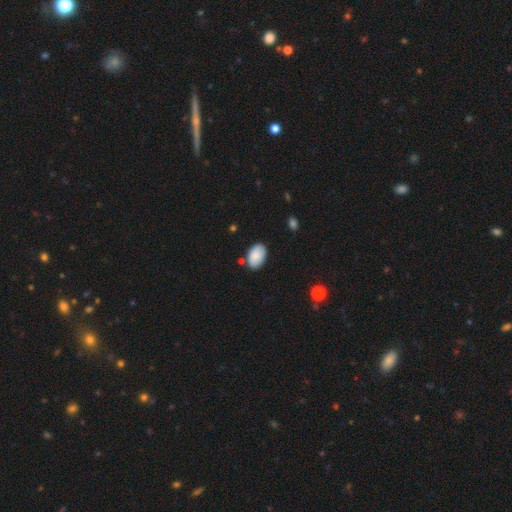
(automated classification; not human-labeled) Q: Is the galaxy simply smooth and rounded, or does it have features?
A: smooth — 85%.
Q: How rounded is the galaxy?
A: in between — 91%.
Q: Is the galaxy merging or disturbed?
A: none — 77%.